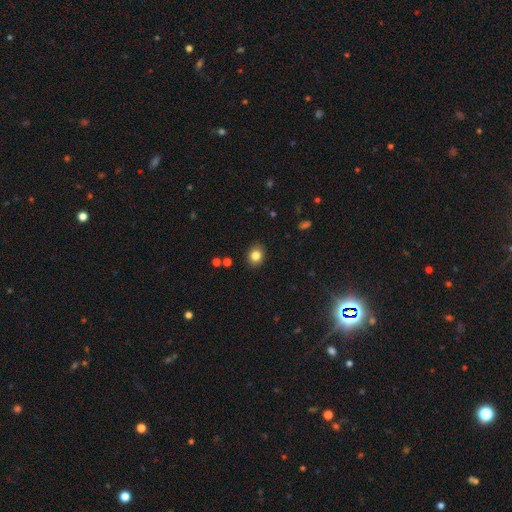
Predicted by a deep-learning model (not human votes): Smooth or featured?
  - smooth: 82% *
  - star or artifact: 10%
  - featured or disk: 7%
How rounded?
  - round: 57% *
  - in between: 42%
  - cigar-shaped: 1%
Merging?
  - none: 89% *
  - minor disturbance: 8%
  - major disturbance: 2%
  - merger: 1%